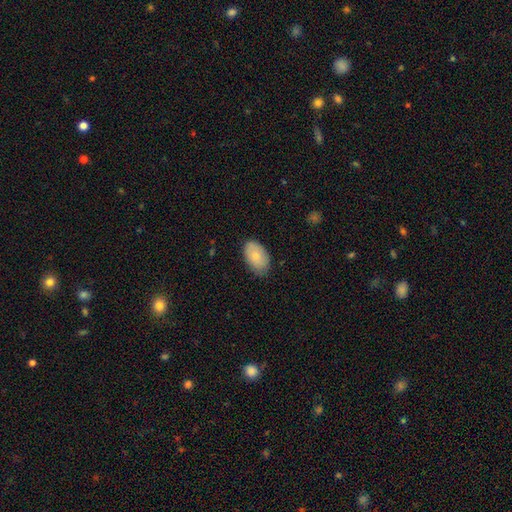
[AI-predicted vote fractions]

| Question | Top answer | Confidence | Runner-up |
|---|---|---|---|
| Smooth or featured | smooth | 80% | featured or disk (14%) |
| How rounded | in between | 93% | round (6%) |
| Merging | none | 77% | minor disturbance (19%) |